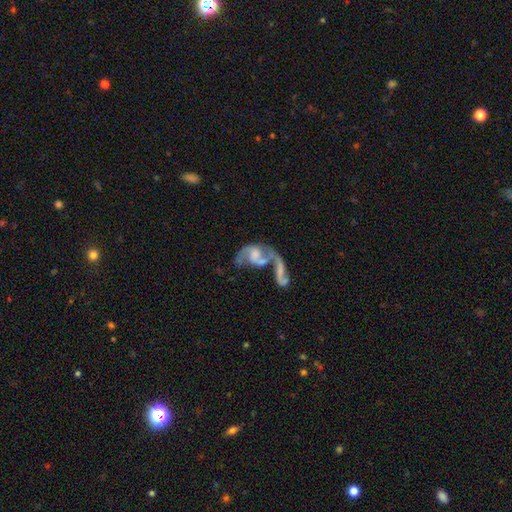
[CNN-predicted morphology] This appears to be a featured or disk galaxy (73%) with no bar (58%), 2 (71%) loose (67%) spiral arms (76%) and no central bulge (43%). Merging: merger (68%).